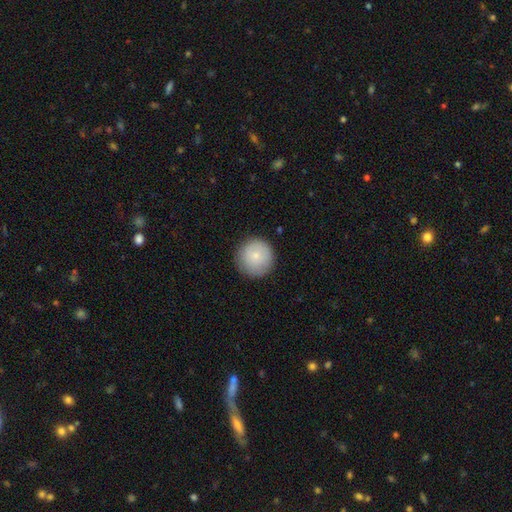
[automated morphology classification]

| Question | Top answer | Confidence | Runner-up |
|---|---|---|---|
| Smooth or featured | smooth | 81% | featured or disk (12%) |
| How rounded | round | 96% | in between (3%) |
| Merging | none | 87% | minor disturbance (9%) |